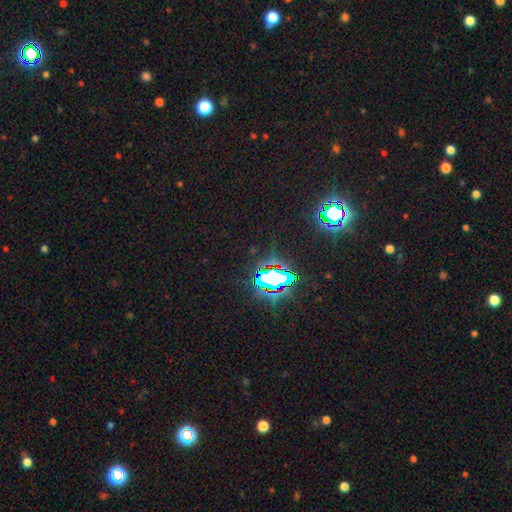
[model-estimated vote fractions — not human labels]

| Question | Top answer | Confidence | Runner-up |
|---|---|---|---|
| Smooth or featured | star or artifact | 80% | smooth (12%) |